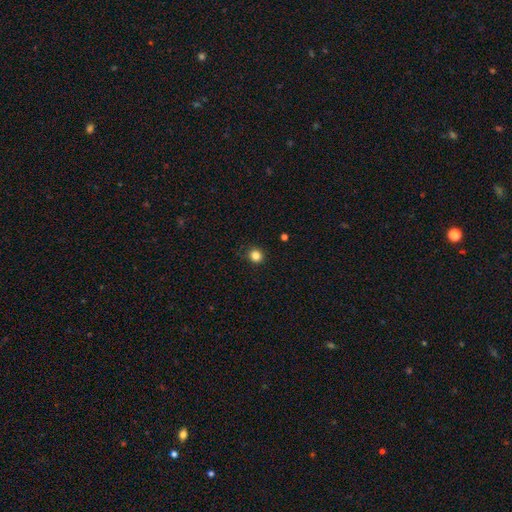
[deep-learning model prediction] This appears to be a smooth galaxy with no disk features (84%) that is round (90%). Merging: none (88%).